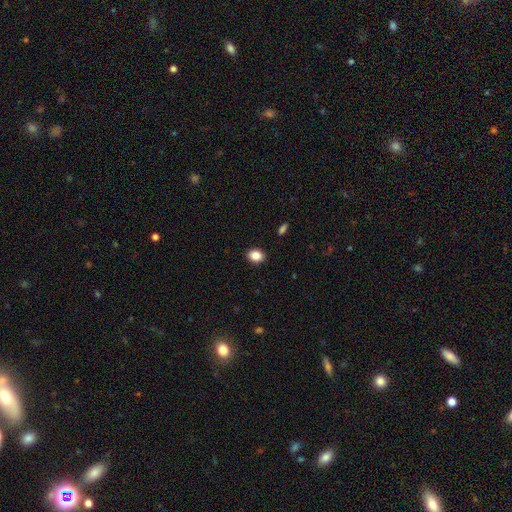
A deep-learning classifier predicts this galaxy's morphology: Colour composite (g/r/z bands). It shows a smooth galaxy with no disk features (87%) that is in between round and cigar-shaped (64%). Merging: none (90%).